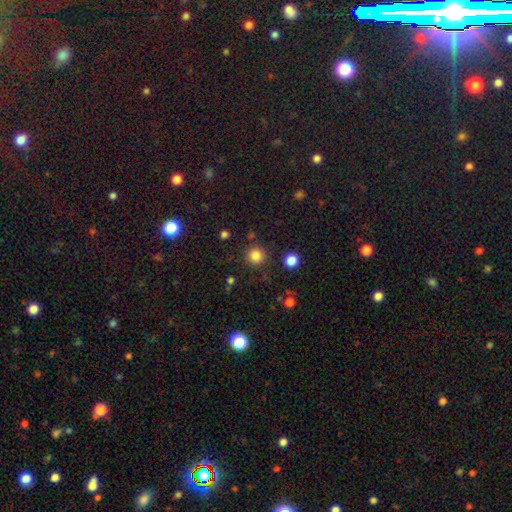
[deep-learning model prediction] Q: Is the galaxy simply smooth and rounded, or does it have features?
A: smooth — 83%.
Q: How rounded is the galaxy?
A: round — 95%.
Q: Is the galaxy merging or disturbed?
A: none — 88%.